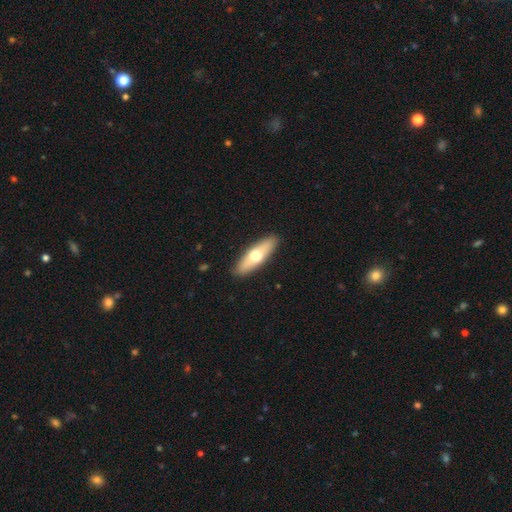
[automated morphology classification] Q: Smooth or featured?
A: smooth (58%); runner-up: featured or disk (37%)
Q: How rounded?
A: cigar-shaped (50%); runner-up: in between (47%)
Q: Merging?
A: none (89%); runner-up: minor disturbance (8%)